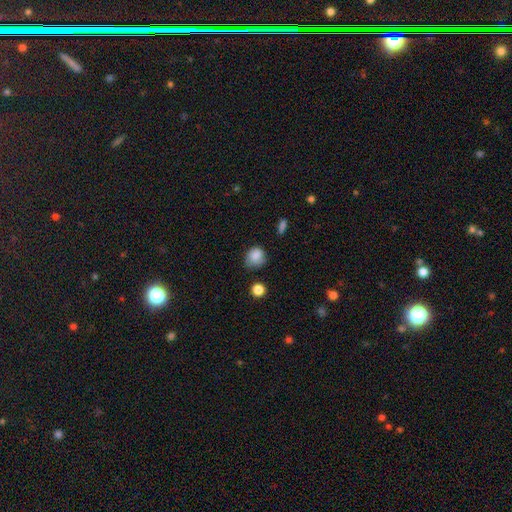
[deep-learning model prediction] Q: Smooth or featured?
A: smooth (83%); runner-up: star or artifact (9%)
Q: How rounded?
A: round (74%); runner-up: in between (25%)
Q: Merging?
A: none (58%); runner-up: minor disturbance (32%)